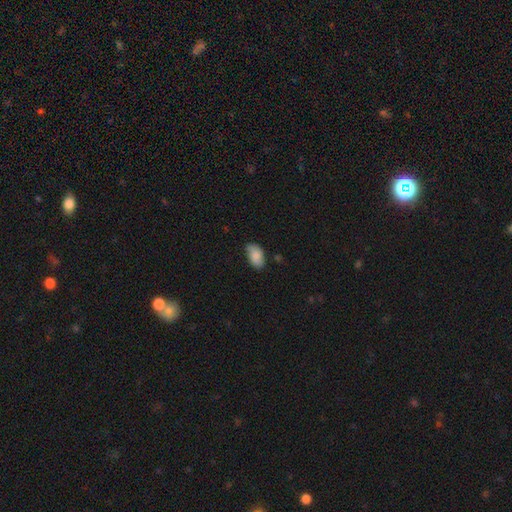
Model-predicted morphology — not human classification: Smooth or featured?
  - smooth: 85% *
  - featured or disk: 8%
  - star or artifact: 7%
How rounded?
  - in between: 93% *
  - round: 6%
  - cigar-shaped: 2%
Merging?
  - none: 66% *
  - minor disturbance: 28%
  - major disturbance: 5%
  - merger: 2%